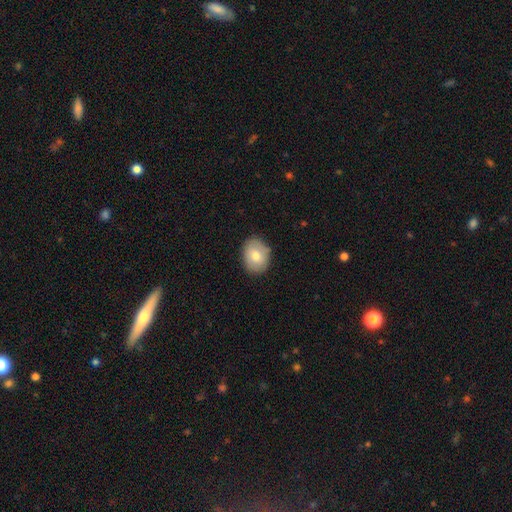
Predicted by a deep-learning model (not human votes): Smooth or featured? smooth (77%)
How rounded? in between (69%)
Merging? none (83%)